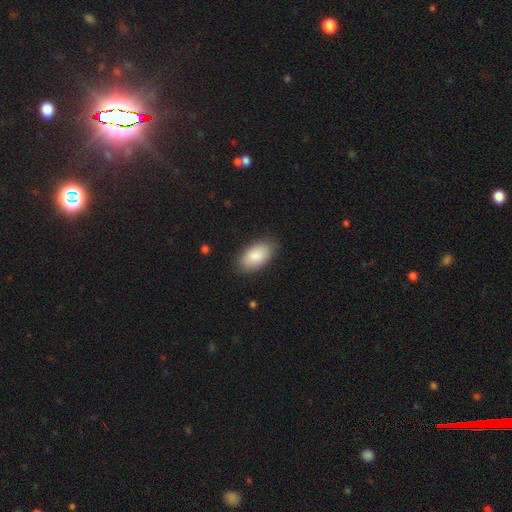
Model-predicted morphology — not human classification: This appears to be a smooth galaxy with no disk features (87%) that is in between round and cigar-shaped (95%). Merging: none (85%).